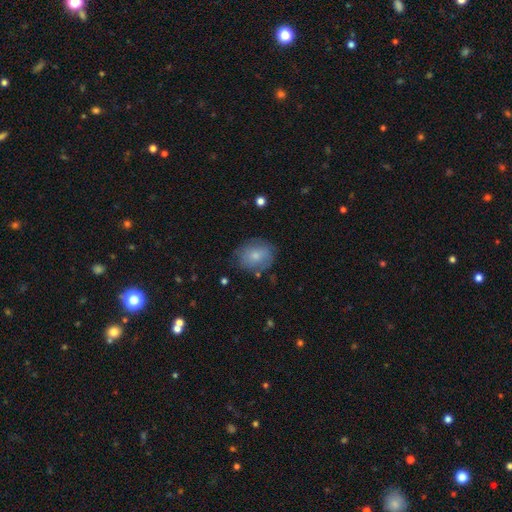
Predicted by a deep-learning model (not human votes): smooth_or_featured: smooth (p=0.73) [alt: featured or disk p=0.19]
how_rounded: round (p=0.53) [alt: in between p=0.46]
merging: none (p=0.73) [alt: minor disturbance p=0.20]